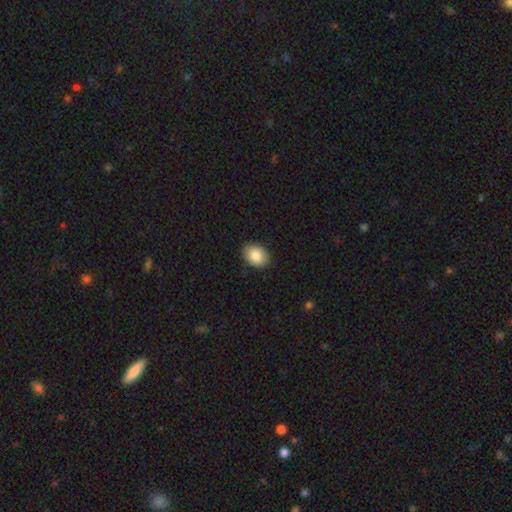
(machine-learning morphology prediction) A smooth galaxy with no disk features (86%) that is in between round and cigar-shaped (71%). Merging: none (88%).